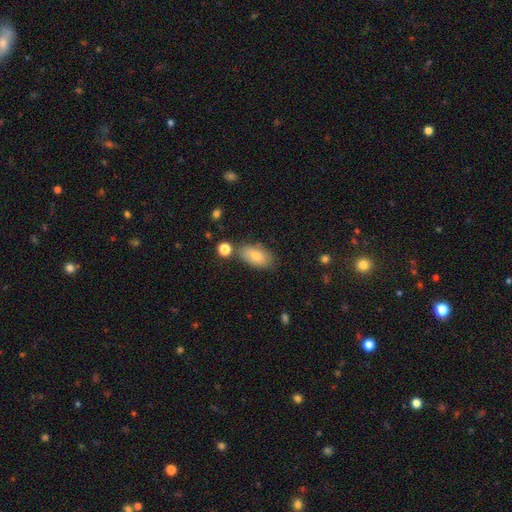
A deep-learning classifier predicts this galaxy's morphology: Smooth or featured? smooth (77%)
How rounded? in between (91%)
Merging? none (72%)